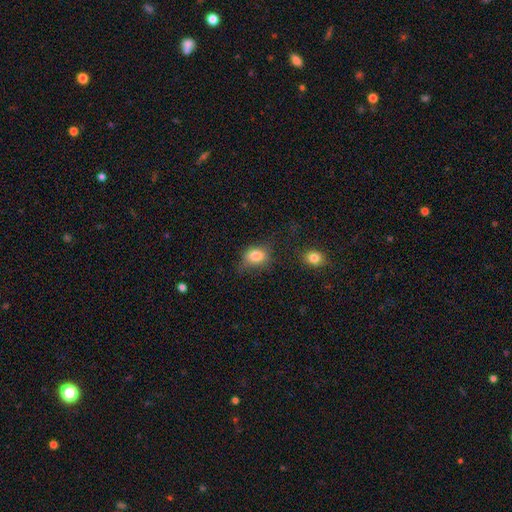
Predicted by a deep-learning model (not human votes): smooth_or_featured: smooth (p=0.81) [alt: star or artifact p=0.10]
how_rounded: in between (p=0.64) [alt: round p=0.34]
merging: none (p=0.53) [alt: minor disturbance p=0.29]